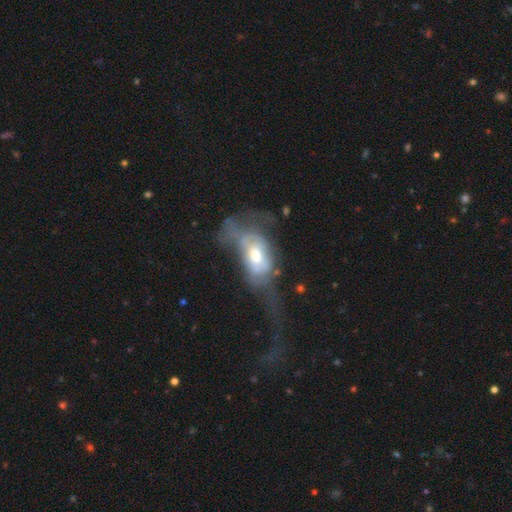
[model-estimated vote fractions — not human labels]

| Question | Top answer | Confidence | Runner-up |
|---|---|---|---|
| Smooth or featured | featured or disk | 57% | smooth (34%) |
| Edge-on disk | no | 90% | yes (10%) |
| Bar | no | 74% | weak (19%) |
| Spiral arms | no | 65% | yes (35%) |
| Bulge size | moderate | 59% | small (31%) |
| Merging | major disturbance | 64% | none (15%) |